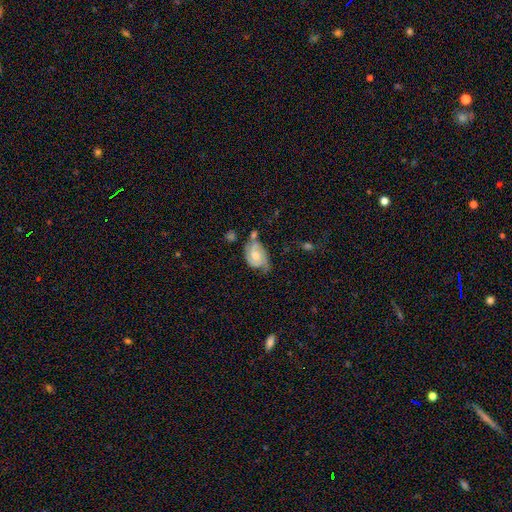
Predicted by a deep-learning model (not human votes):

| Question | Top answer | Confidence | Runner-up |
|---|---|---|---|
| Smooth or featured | featured or disk | 71% | smooth (22%) |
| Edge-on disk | no | 97% | yes (3%) |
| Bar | no | 60% | weak (34%) |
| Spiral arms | yes | 92% | no (8%) |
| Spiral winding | tight | 45% | medium (42%) |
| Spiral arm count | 2 | 61% | can't tell (15%) |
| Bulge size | moderate | 55% | small (27%) |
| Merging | none | 43% | minor disturbance (31%) |